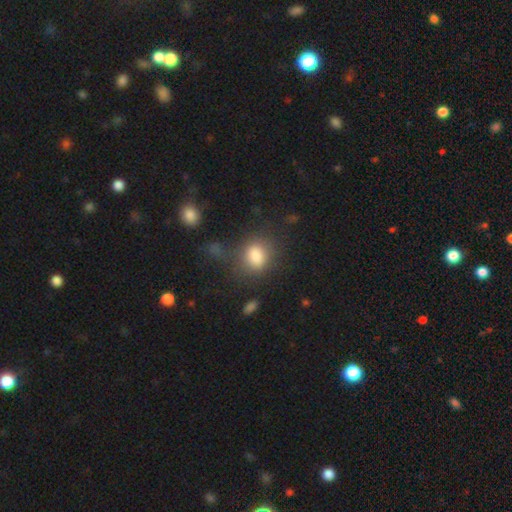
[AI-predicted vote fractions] smooth-or-featured: smooth: 82% | star or artifact: 10% | featured or disk: 8%
  how-rounded: round: 50% | in between: 49% | cigar-shaped: 2%
  merging: none: 60% | minor disturbance: 19% | major disturbance: 13% | merger: 8%